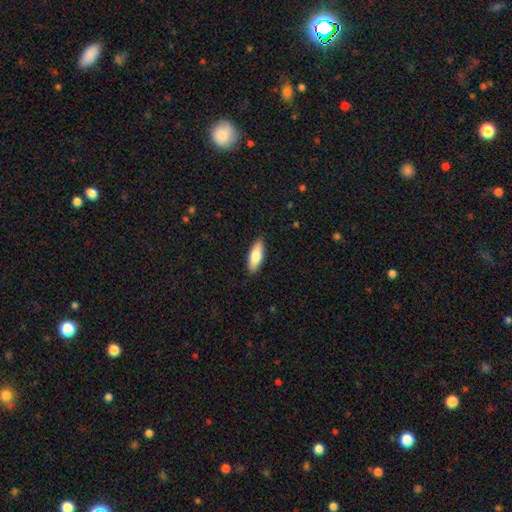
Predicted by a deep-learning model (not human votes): This appears to be a smooth galaxy with no disk features (76%) that is in between round and cigar-shaped (66%). Merging: none (90%).